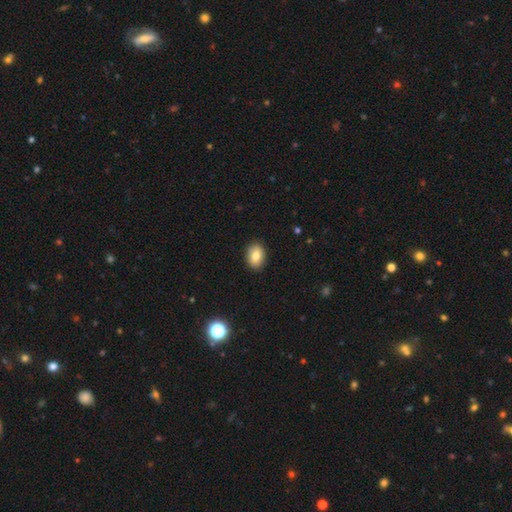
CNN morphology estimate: Smooth or featured? Predicted: smooth (p=0.83). How rounded? Predicted: in between (p=0.80). Merging? Predicted: none (p=0.89).